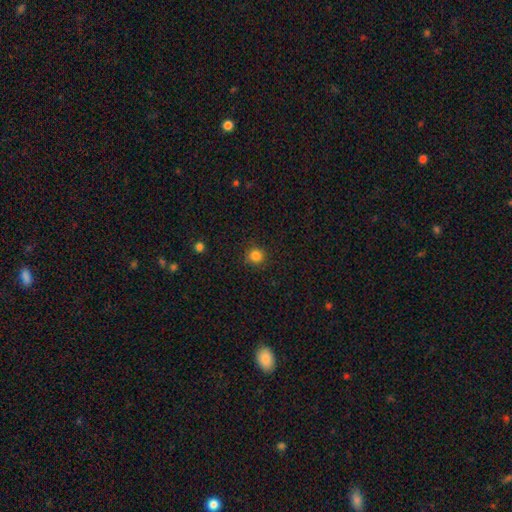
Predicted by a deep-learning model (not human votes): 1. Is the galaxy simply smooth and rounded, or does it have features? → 84% smooth, 12% star or artifact, 4% featured or disk.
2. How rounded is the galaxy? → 94% round, 5% in between, 1% cigar-shaped.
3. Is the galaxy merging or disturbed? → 89% none, 7% minor disturbance, 2% major disturbance, 1% merger.